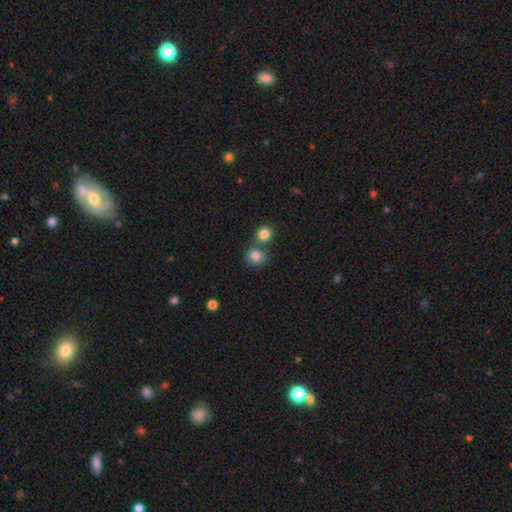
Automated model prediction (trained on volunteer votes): Overall: smooth (82%). How rounded: round (86%). Merging: none (54%; merger 35%).